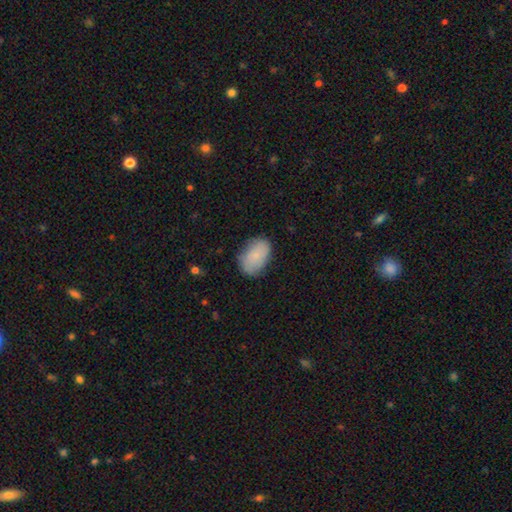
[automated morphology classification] Smooth or featured: smooth — 80% (featured or disk — 13%)
How rounded: in between — 89% (round — 10%)
Merging: none — 76% (minor disturbance — 19%)